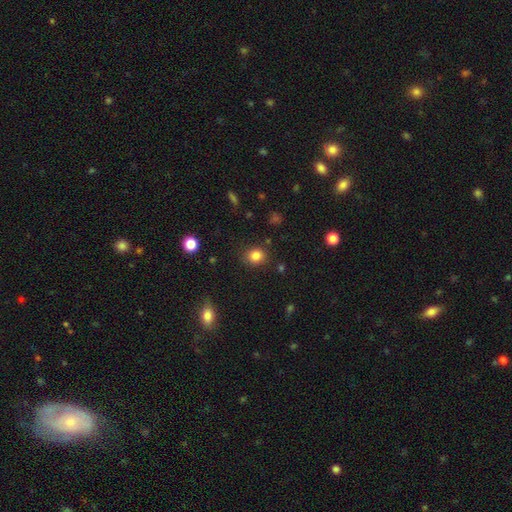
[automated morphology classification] smooth_or_featured: smooth (p=0.84) [alt: star or artifact p=0.11]
how_rounded: round (p=0.74) [alt: in between p=0.25]
merging: none (p=0.85) [alt: minor disturbance p=0.10]